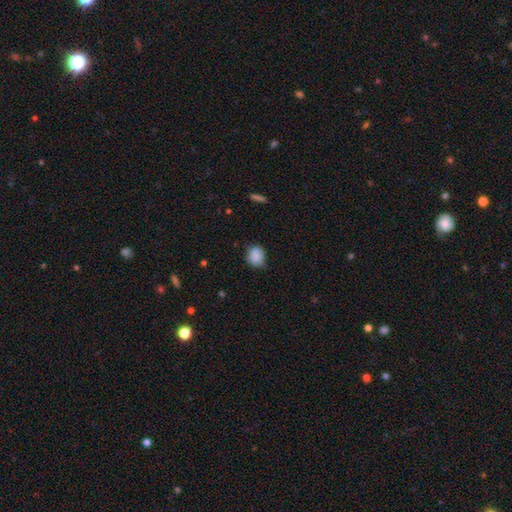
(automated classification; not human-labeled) This appears to be a smooth galaxy with no disk features (85%) that is round (63%). Merging: none (67%).